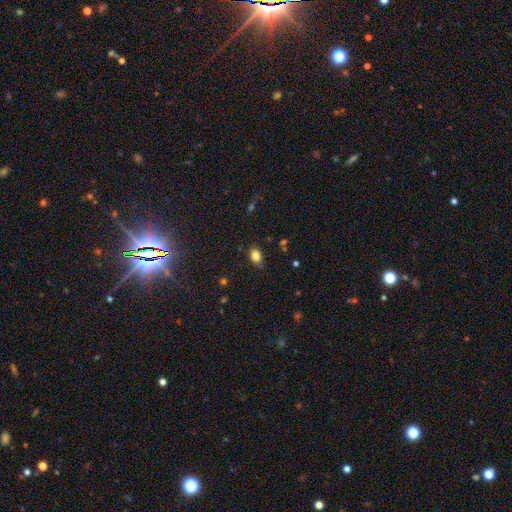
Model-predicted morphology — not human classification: smooth 82%, star or artifact 11%, featured or disk 6%. Down the decision tree: how rounded — in between (70%); merging — none (83%).